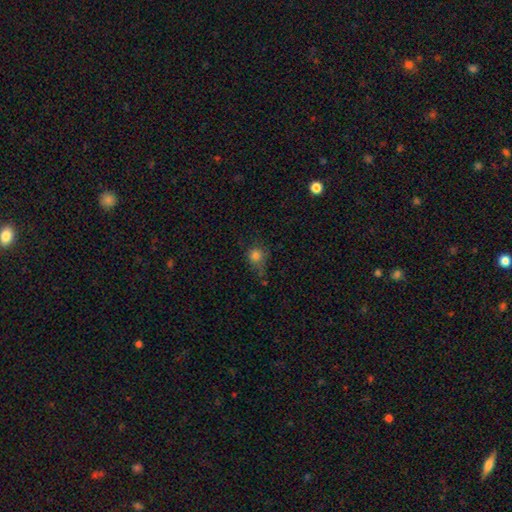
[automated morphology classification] smooth_or_featured: smooth (p=0.77) [alt: star or artifact p=0.15]
how_rounded: round (p=0.83) [alt: in between p=0.16]
merging: none (p=0.54) [alt: minor disturbance p=0.27]